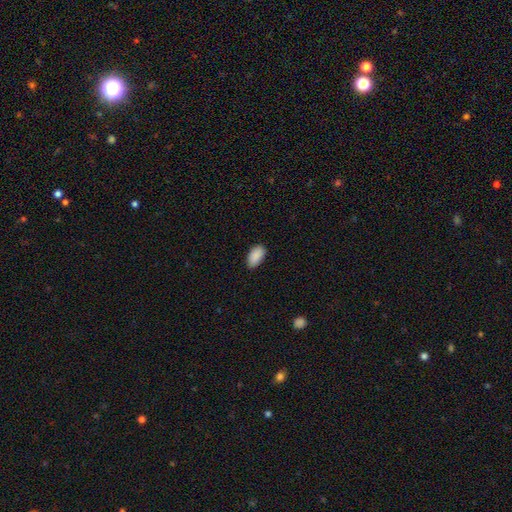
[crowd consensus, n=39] Volunteers were most divided on "merging": none: 79%, minor disturbance: 21%, major disturbance: 0%, merger: 0%. More confident: smooth or featured — smooth (95%); how rounded — in between (92%).